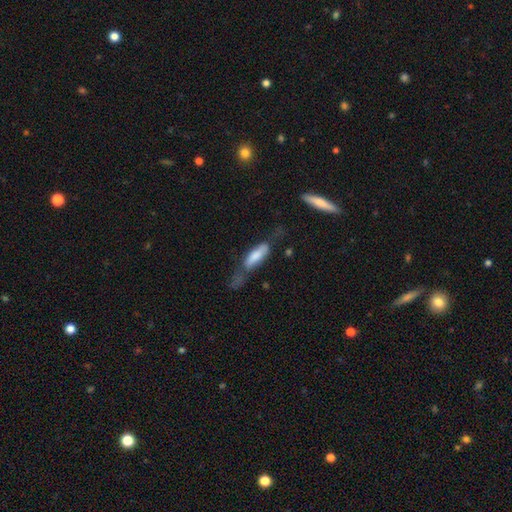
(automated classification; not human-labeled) Morphology: type=smooth (69%); roundness=in between (53%); merging=major disturbance (32%).